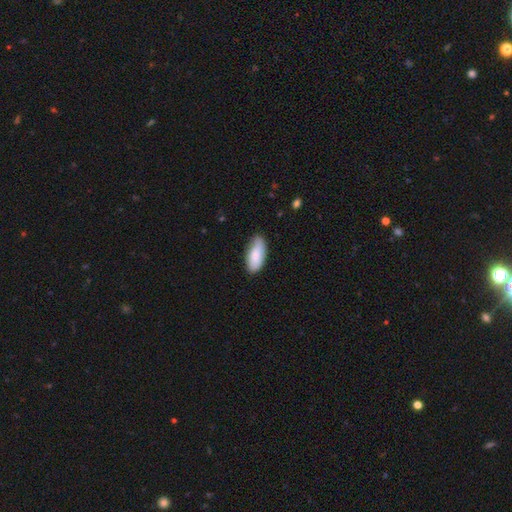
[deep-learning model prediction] This appears to be a smooth galaxy with no disk features (82%) that is in between round and cigar-shaped (90%). Merging: none (70%).